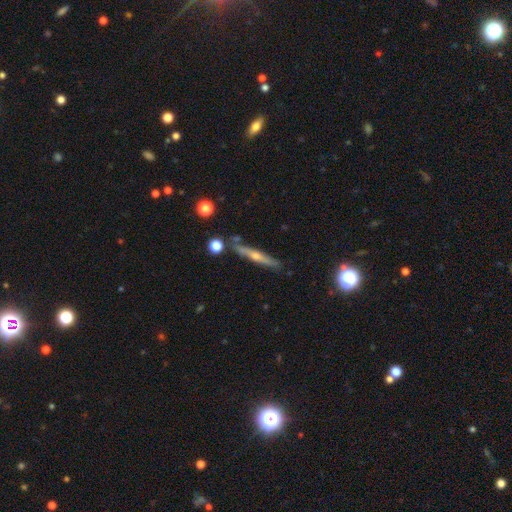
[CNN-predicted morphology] featured or disk 62%, smooth 30%, star or artifact 8%. Down the decision tree: edge-on disk — yes (94%); edge-on bulge — rounded (78%); merging — none (80%).